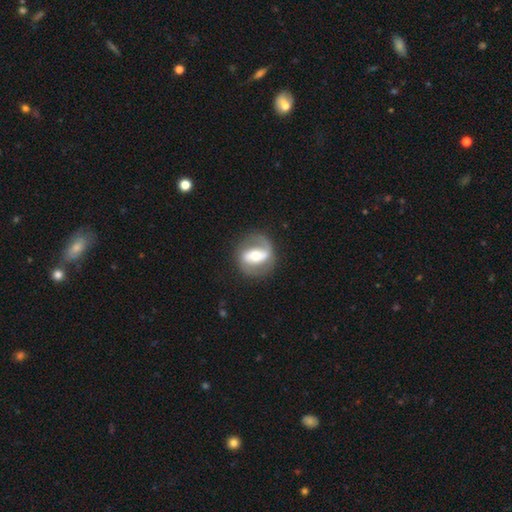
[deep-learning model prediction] The model was most divided on "spiral winding": medium: 46%, tight: 27%, loose: 27%. More confident: edge-on disk — no (95%); spiral arm count — 2 (83%); merging — none (79%); spiral arms — yes (77%); smooth or featured — featured or disk (74%); bulge size — moderate (64%); bar — strong (52%).